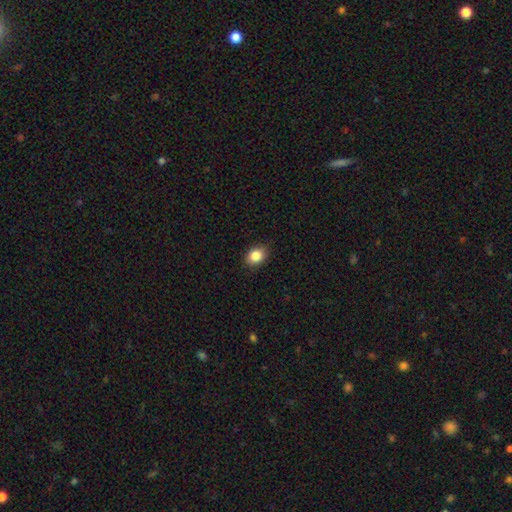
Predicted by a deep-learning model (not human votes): Q: Smooth or featured?
A: smooth (85%); runner-up: star or artifact (9%)
Q: How rounded?
A: in between (61%); runner-up: round (38%)
Q: Merging?
A: none (87%); runner-up: minor disturbance (10%)